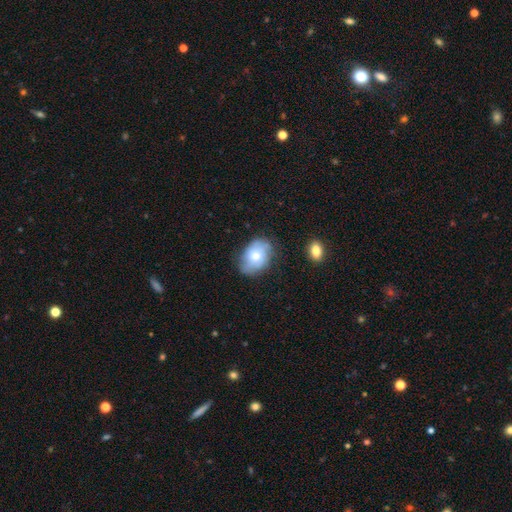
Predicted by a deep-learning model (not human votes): A smooth galaxy with no disk features (59%) that is in between round and cigar-shaped (77%). Merging: none (65%).